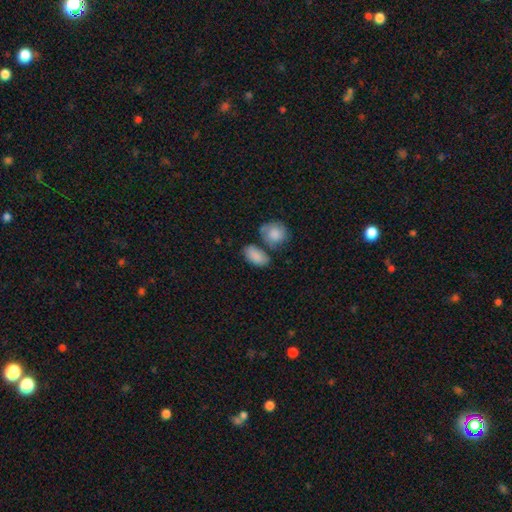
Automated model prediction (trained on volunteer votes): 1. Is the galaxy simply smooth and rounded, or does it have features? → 85% smooth, 8% featured or disk, 6% star or artifact.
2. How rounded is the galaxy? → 89% in between, 9% round, 3% cigar-shaped.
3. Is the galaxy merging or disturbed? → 51% none, 22% merger, 20% minor disturbance, 7% major disturbance.